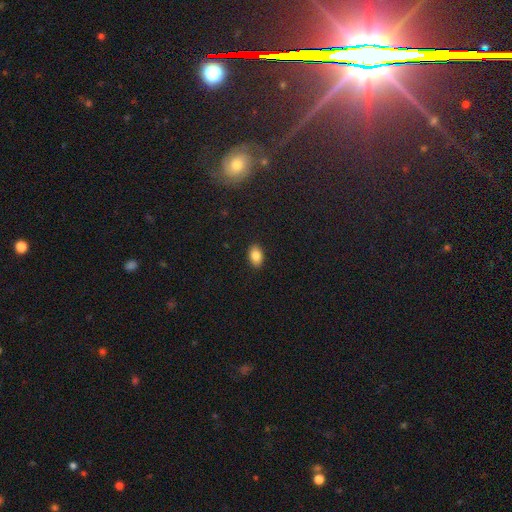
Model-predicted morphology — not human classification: A smooth galaxy with no disk features (85%) that is in between round and cigar-shaped (87%).

Vote fractions:
- Smooth or featured? smooth: 85% / star or artifact: 8% / featured or disk: 7%
- How rounded? in between: 87% / round: 12% / cigar-shaped: 1%
- Merging? none: 90% / minor disturbance: 7% / major disturbance: 2% / merger: 1%